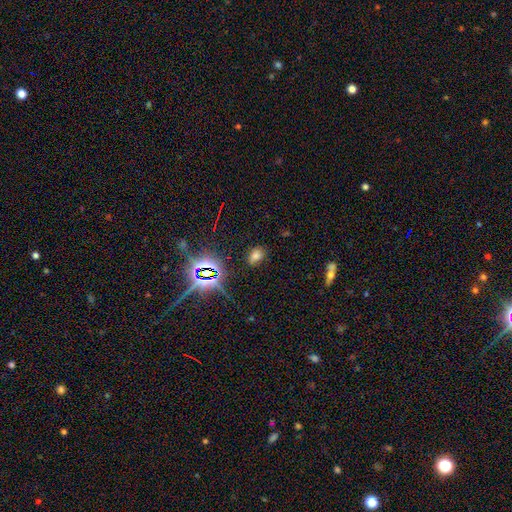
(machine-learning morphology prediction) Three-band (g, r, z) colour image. It shows a smooth galaxy with no disk features (56%) that is in between round and cigar-shaped (77%). Merging: none (80%).